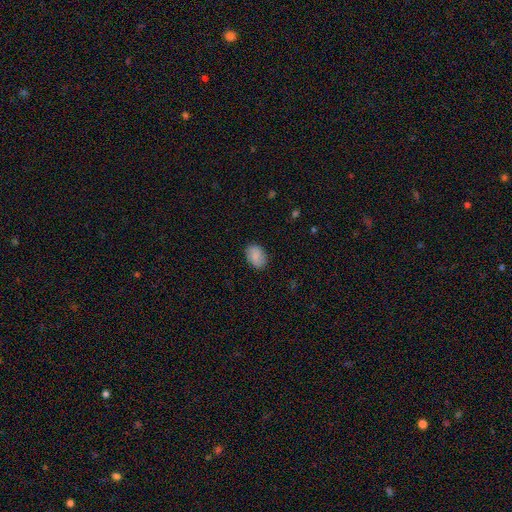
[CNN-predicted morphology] Smooth or featured?
  - smooth: 85% *
  - featured or disk: 7%
  - star or artifact: 7%
How rounded?
  - in between: 82% *
  - round: 17%
  - cigar-shaped: 1%
Merging?
  - none: 85% *
  - minor disturbance: 11%
  - major disturbance: 3%
  - merger: 1%